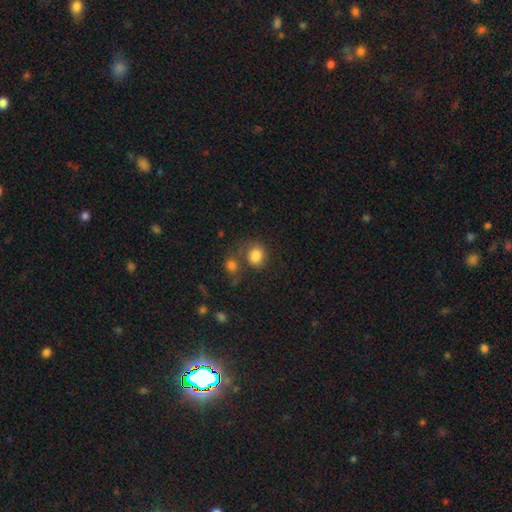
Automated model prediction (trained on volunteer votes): Overall: smooth (84%). How rounded: round (60%; in between 39%). Merging: none (54%; merger 23%).